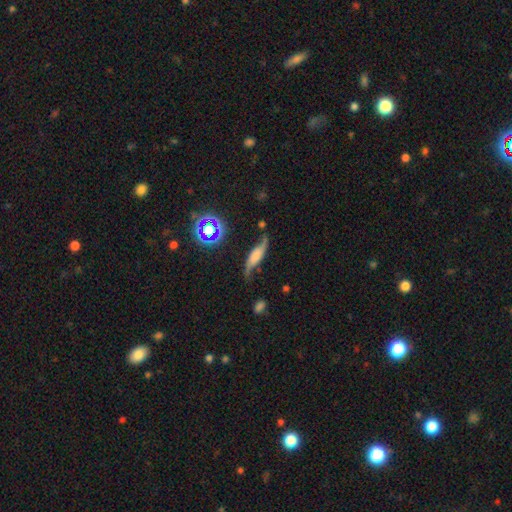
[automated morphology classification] Q: Smooth or featured?
A: featured or disk (63%); runner-up: smooth (26%)
Q: Edge-on disk?
A: no (68%); runner-up: yes (32%)
Q: Merging?
A: none (58%); runner-up: minor disturbance (26%)